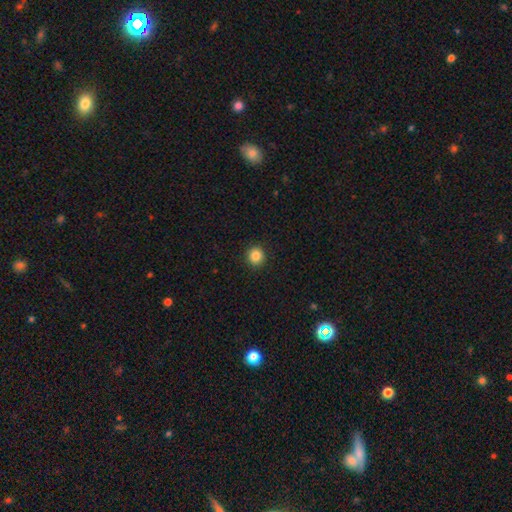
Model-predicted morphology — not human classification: smooth-or-featured: smooth: 86% | star or artifact: 10% | featured or disk: 4%
  how-rounded: round: 92% | in between: 7% | cigar-shaped: 1%
  merging: none: 92% | minor disturbance: 5% | major disturbance: 2% | merger: 1%